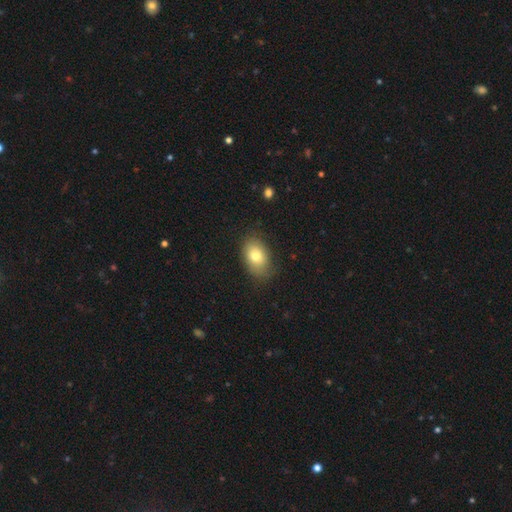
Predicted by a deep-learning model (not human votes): Smooth or featured: smooth — 76% (featured or disk — 15%)
How rounded: in between — 83% (round — 16%)
Merging: none — 79% (minor disturbance — 16%)